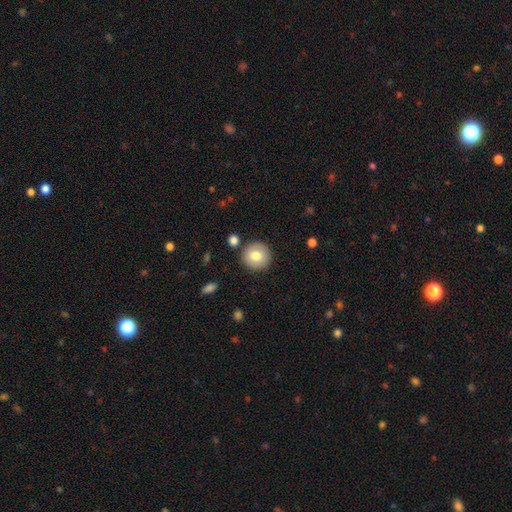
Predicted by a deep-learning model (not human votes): smooth_or_featured: smooth (p=0.78) [alt: featured or disk p=0.14]
how_rounded: round (p=0.94) [alt: in between p=0.05]
merging: none (p=0.87) [alt: minor disturbance p=0.08]